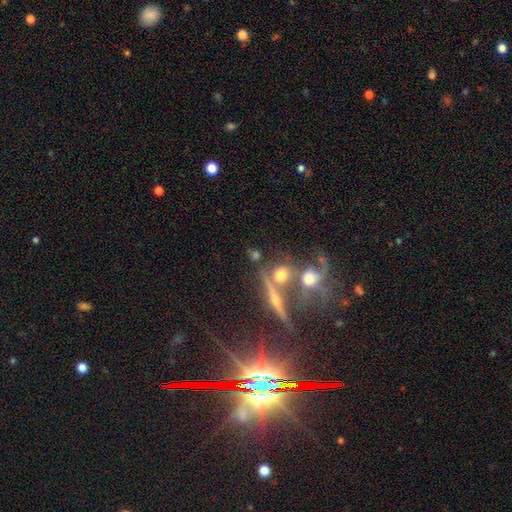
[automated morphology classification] featured or disk 40%, smooth 39%, star or artifact 21%. Down the decision tree: merging — none (51%).